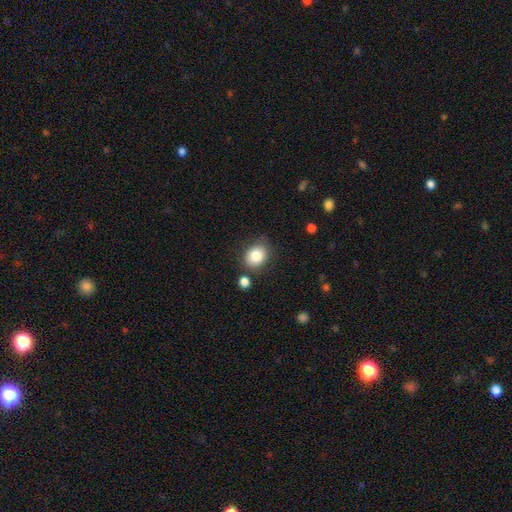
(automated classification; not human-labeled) Smooth or featured?
  - smooth: 83% *
  - star or artifact: 9%
  - featured or disk: 8%
How rounded?
  - round: 53% *
  - in between: 46%
  - cigar-shaped: 1%
Merging?
  - none: 77% *
  - minor disturbance: 14%
  - merger: 5%
  - major disturbance: 4%